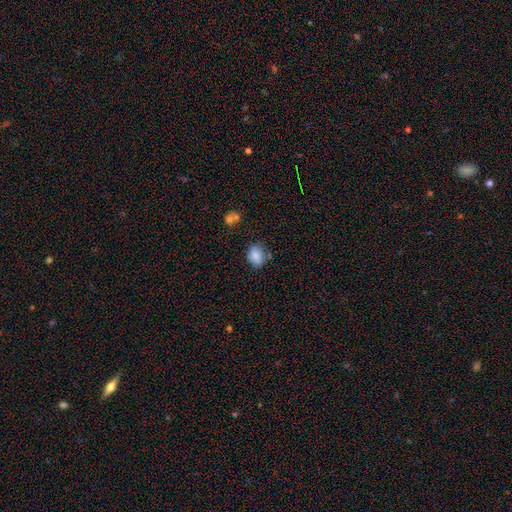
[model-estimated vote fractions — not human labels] A smooth galaxy with no disk features (83%) that is in between round and cigar-shaped (63%). Merging: none (66%).